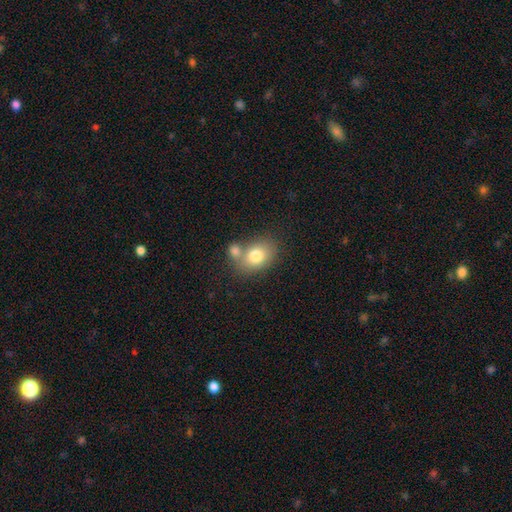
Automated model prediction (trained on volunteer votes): The model was most divided on "merging": none: 48%, merger: 34%, minor disturbance: 13%, major disturbance: 5%. More confident: smooth or featured — smooth (77%); how rounded — in between (67%).